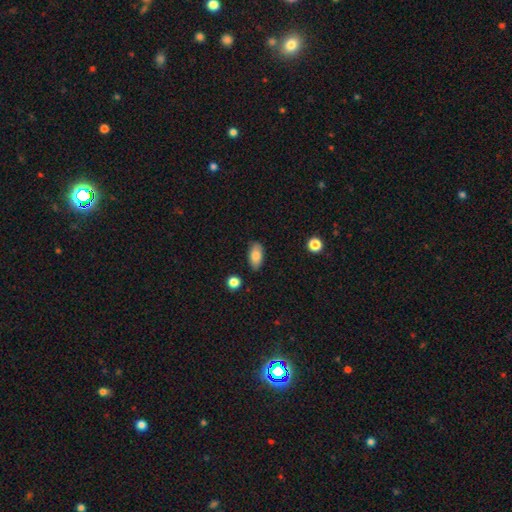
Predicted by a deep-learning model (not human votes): A smooth galaxy with no disk features (83%) that is in between round and cigar-shaped (91%). Merging: none (84%).